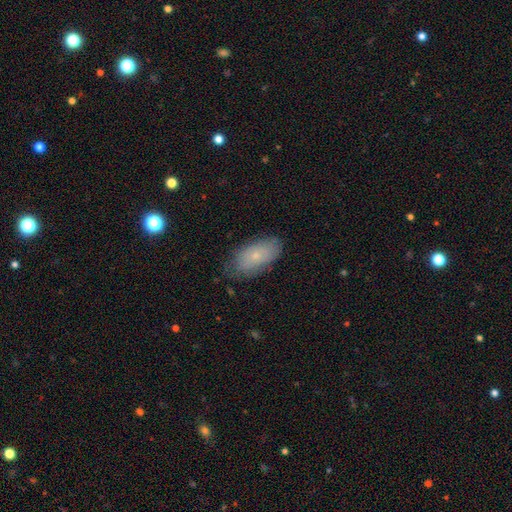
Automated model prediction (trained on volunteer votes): Smooth or featured?
  - smooth: 67% *
  - featured or disk: 24%
  - star or artifact: 8%
How rounded?
  - in between: 92% *
  - cigar-shaped: 4%
  - round: 4%
Merging?
  - none: 73% *
  - minor disturbance: 21%
  - major disturbance: 5%
  - merger: 1%